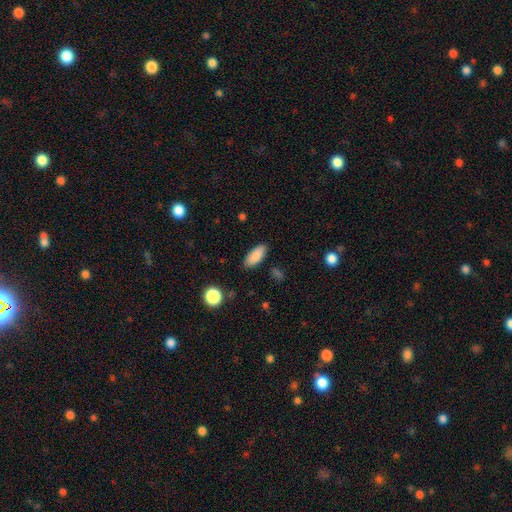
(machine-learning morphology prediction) This appears to be a smooth galaxy with no disk features (88%) that is in between round and cigar-shaped (84%). Merging: none (87%).